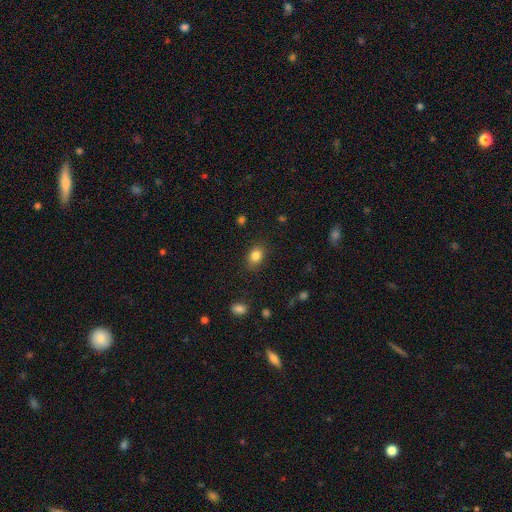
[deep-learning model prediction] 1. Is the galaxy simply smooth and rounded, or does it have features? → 84% smooth, 10% star or artifact, 6% featured or disk.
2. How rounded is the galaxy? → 65% in between, 34% round, 1% cigar-shaped.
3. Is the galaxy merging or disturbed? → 84% none, 12% minor disturbance, 3% major disturbance, 1% merger.